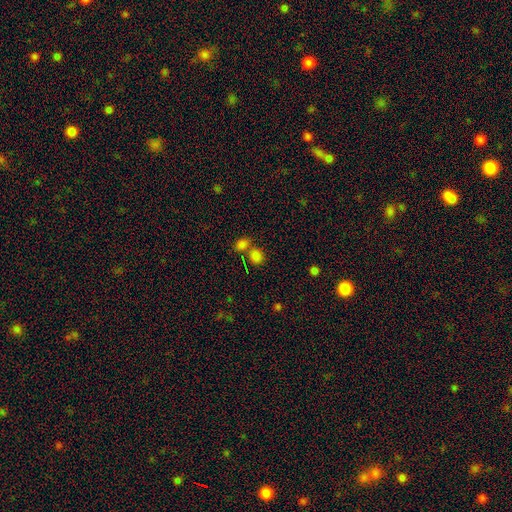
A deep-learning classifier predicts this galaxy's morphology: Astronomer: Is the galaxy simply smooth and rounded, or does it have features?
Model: smooth — 79%.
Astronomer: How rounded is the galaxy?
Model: round — 63%.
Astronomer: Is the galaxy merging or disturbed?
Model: none — 51% (runner-up: merger, 36%).